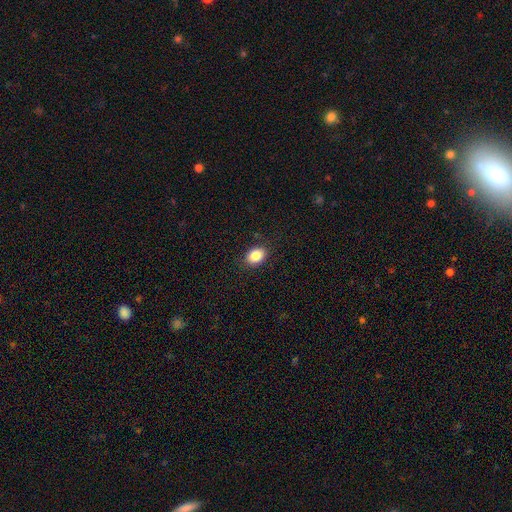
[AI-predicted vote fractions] The model was most divided on "how rounded": in between: 69%, round: 30%, cigar-shaped: 1%. More confident: merging — none (87%); smooth or featured — smooth (85%).